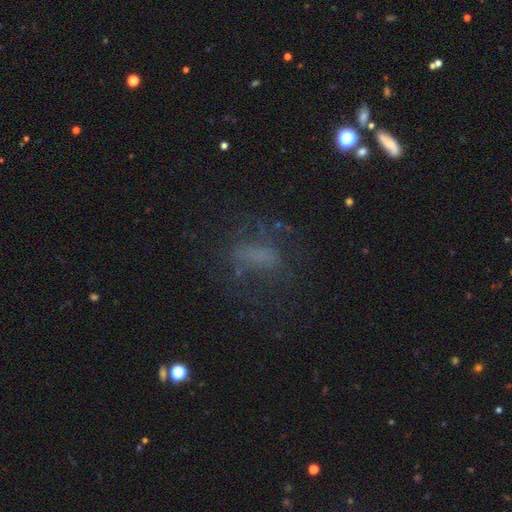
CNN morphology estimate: The model was most divided on "smooth or featured": smooth: 38%, featured or disk: 36%, star or artifact: 26%. More confident: merging — none (54%).